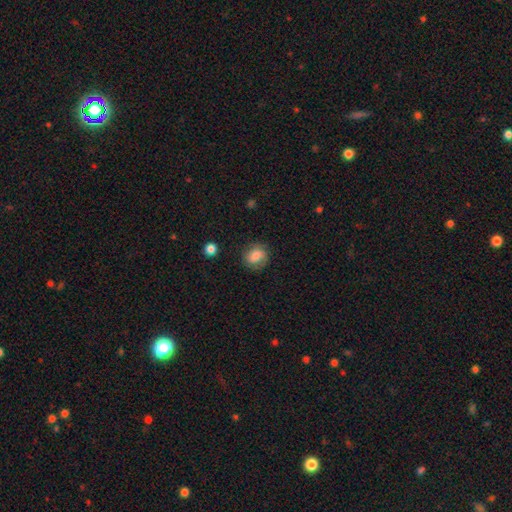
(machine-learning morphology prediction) Smooth or featured? Predicted: smooth (p=0.74). How rounded? Predicted: round (p=0.66). Merging? Predicted: none (p=0.76).